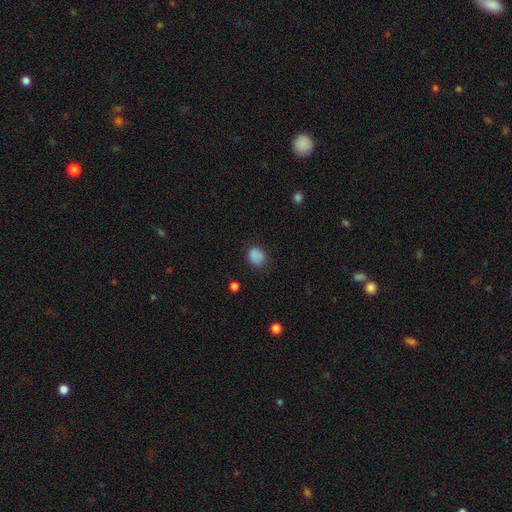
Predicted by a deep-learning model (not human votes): A smooth galaxy with no disk features (84%) that is round (59%).

Vote fractions:
- Smooth or featured? smooth: 84% / star or artifact: 11% / featured or disk: 5%
- How rounded? round: 59% / in between: 40% / cigar-shaped: 1%
- Merging? none: 74% / minor disturbance: 19% / major disturbance: 5% / merger: 2%